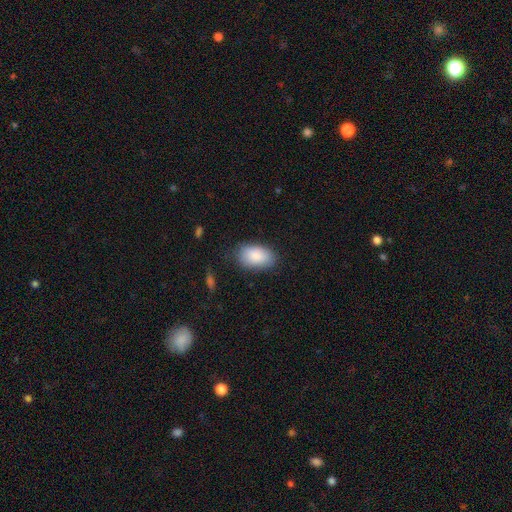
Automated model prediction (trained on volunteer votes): This is clearly a smooth galaxy (88%). How rounded: clearly in between (93%). Merging: likely none (78%).